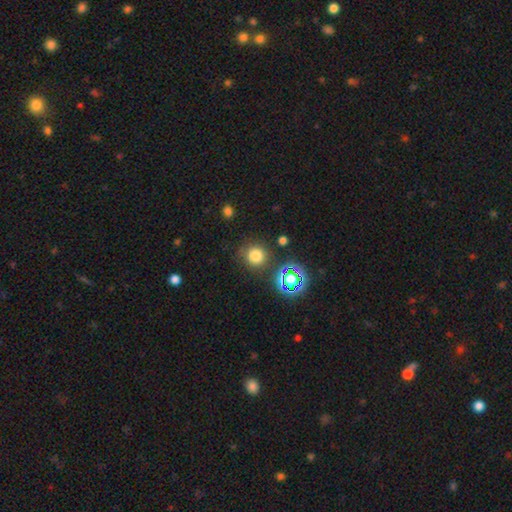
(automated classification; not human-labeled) Smooth or featured? smooth (74%)
How rounded? round (93%)
Merging? none (82%)